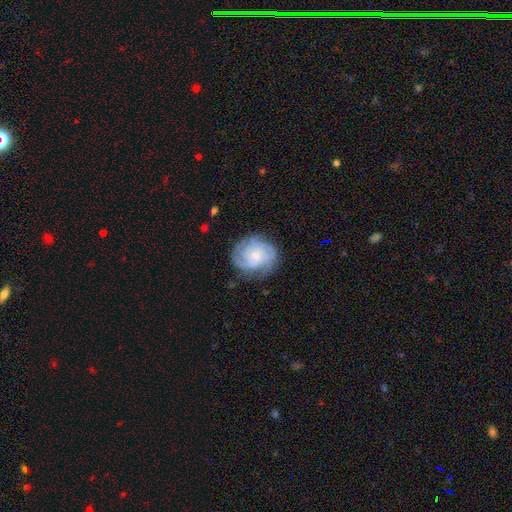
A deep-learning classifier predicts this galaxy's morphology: The model was most divided on "spiral arm count": can't tell: 30%, 3: 24%, 4: 20%, 2: 12%, more than 4: 7%, 1: 6%. More confident: edge-on disk — no (98%); spiral arms — yes (95%); smooth or featured — featured or disk (75%); merging — none (74%); bar — no (74%); spiral winding — tight (58%); bulge size — small (54%).